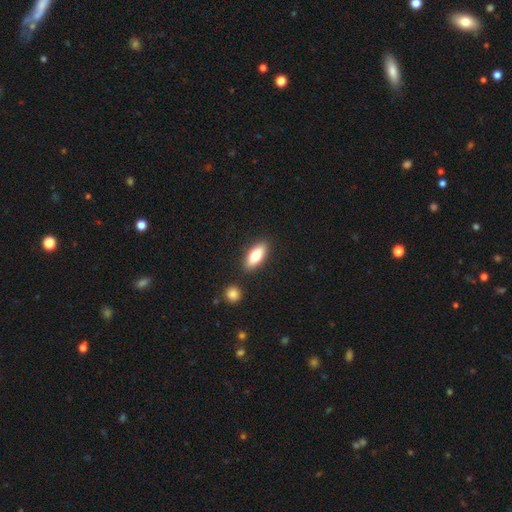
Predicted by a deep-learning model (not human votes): A smooth galaxy with no disk features (72%) that is in between round and cigar-shaped (76%). Merging: none (85%).